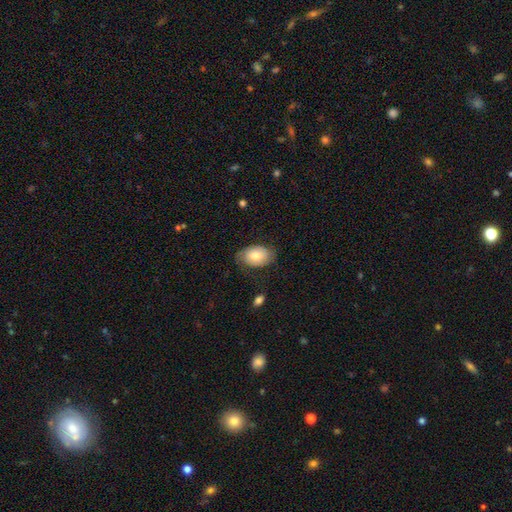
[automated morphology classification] The model was most divided on "smooth or featured": smooth: 66%, featured or disk: 27%, star or artifact: 7%. More confident: how rounded — in between (83%); merging — none (65%).